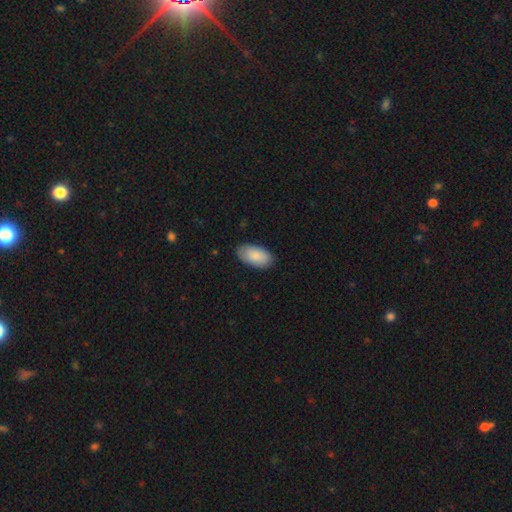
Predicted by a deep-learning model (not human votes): Smooth or featured? Predicted: smooth (p=0.88). How rounded? Predicted: in between (p=0.96). Merging? Predicted: none (p=0.86).